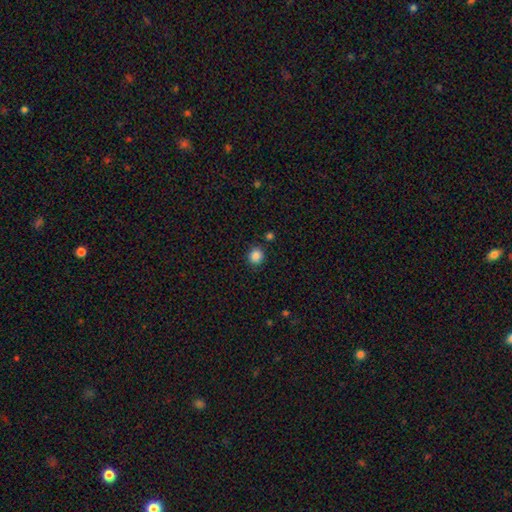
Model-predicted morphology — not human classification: Smooth or featured? Predicted: smooth (p=0.86). How rounded? Predicted: round (p=0.87). Merging? Predicted: none (p=0.86).